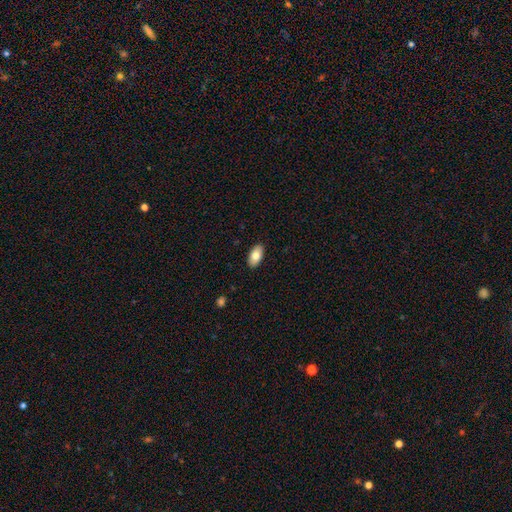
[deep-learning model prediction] The model was most divided on "smooth or featured": smooth: 80%, featured or disk: 14%, star or artifact: 6%. More confident: how rounded — in between (94%); merging — none (90%).